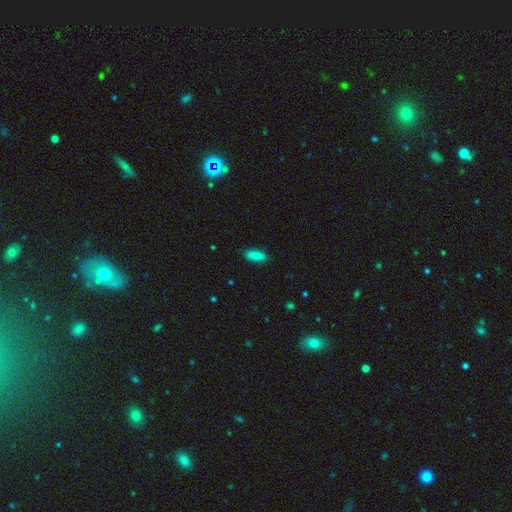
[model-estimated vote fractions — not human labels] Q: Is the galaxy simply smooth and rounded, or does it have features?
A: smooth — 89%.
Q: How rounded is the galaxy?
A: in between — 76%.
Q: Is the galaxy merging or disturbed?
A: none — 88%.